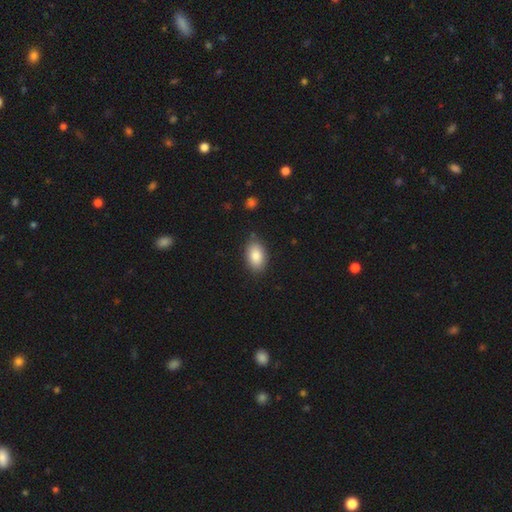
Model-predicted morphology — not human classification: This appears to be a smooth galaxy with no disk features (86%) that is in between round and cigar-shaped (92%). Merging: none (82%).